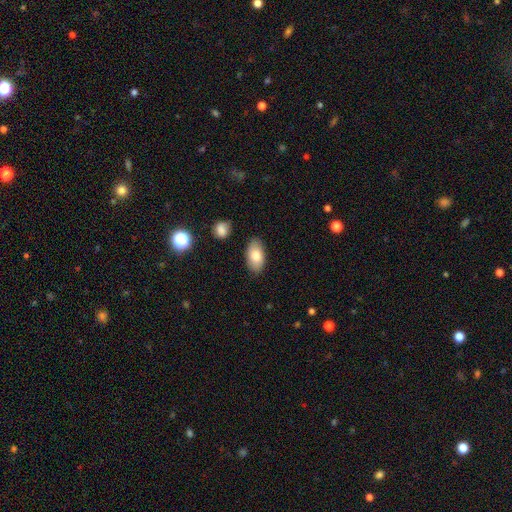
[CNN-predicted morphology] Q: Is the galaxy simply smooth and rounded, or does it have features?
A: smooth — 81%.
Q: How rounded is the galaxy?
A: in between — 94%.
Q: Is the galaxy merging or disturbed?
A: none — 85%.